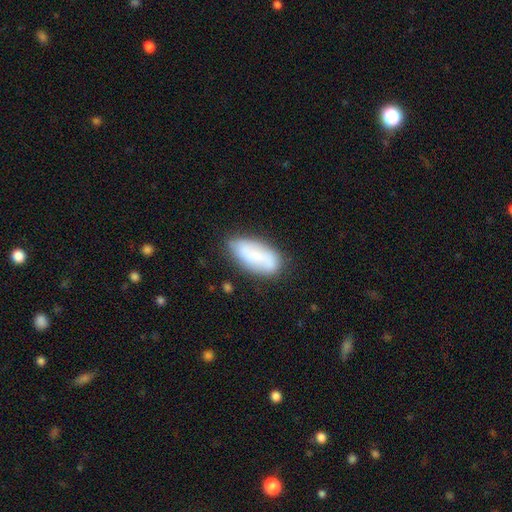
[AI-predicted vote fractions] Smooth or featured? smooth (67%)
How rounded? in between (87%)
Merging? none (68%)